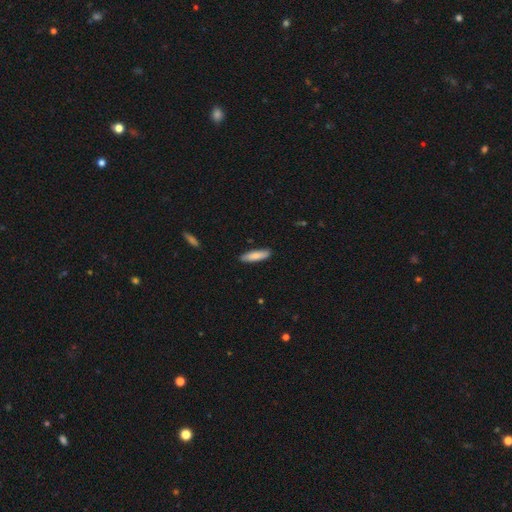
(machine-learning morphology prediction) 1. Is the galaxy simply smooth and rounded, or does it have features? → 81% smooth, 13% featured or disk, 5% star or artifact.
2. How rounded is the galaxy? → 65% cigar-shaped, 34% in between, 1% round.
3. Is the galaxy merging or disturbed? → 89% none, 9% minor disturbance, 1% major disturbance, 1% merger.